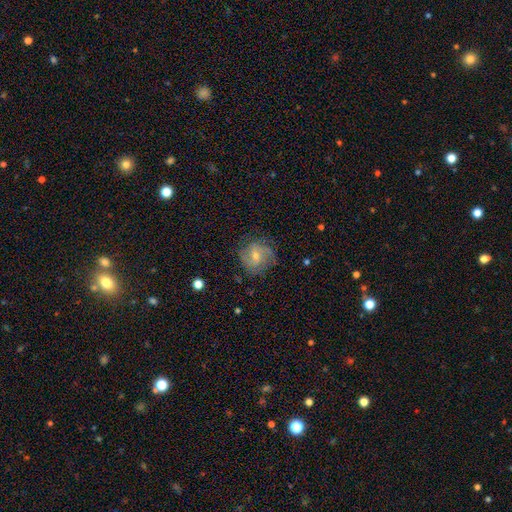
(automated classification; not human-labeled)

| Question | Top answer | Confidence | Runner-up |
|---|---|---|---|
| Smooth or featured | featured or disk | 70% | smooth (20%) |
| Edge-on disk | no | 97% | yes (3%) |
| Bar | weak | 48% | no (41%) |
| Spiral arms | yes | 91% | no (9%) |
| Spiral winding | medium | 42% | tight (41%) |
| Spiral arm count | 2 | 50% | can't tell (25%) |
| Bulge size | small | 52% | moderate (44%) |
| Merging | none | 78% | minor disturbance (15%) |